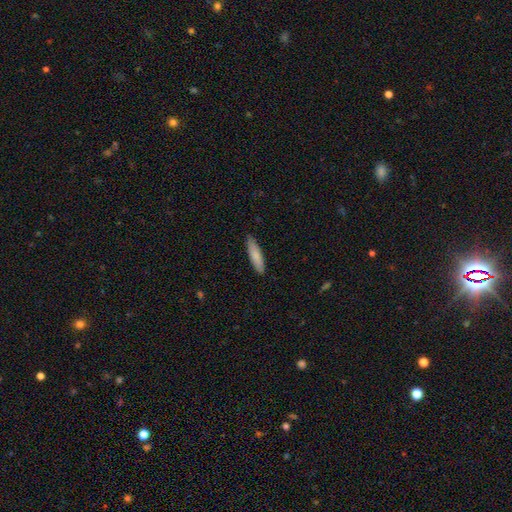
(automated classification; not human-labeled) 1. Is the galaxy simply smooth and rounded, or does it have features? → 82% smooth, 13% featured or disk, 5% star or artifact.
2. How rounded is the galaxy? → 69% cigar-shaped, 29% in between, 1% round.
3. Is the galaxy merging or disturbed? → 88% none, 10% minor disturbance, 2% major disturbance, 1% merger.